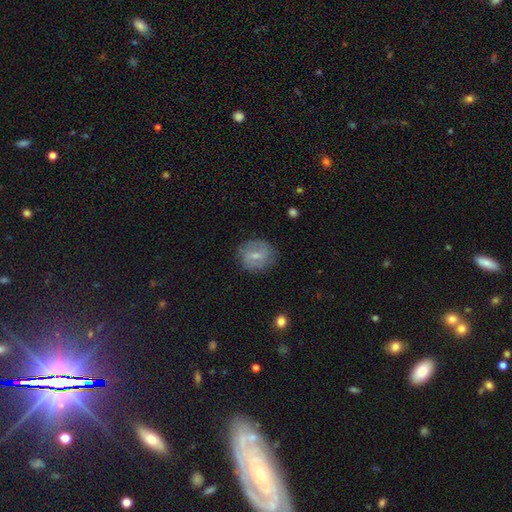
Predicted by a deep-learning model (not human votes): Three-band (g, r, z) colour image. It shows a smooth galaxy with no disk features (52%) that is round (73%). Merging: none (78%).